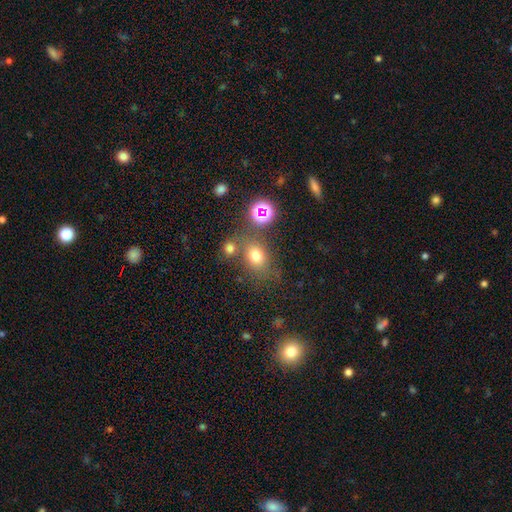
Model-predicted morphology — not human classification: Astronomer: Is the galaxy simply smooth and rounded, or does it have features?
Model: smooth — 70%.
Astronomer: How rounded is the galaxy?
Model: in between — 51% (runner-up: round, 47%).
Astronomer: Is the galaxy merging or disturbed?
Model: none — 63%.